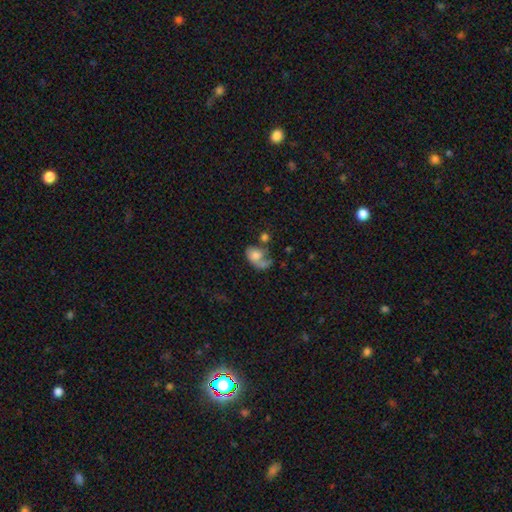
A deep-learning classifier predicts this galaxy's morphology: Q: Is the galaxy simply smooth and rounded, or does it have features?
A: smooth — 53%.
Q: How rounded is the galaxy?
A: in between — 74%.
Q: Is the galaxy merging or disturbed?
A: major disturbance — 36%.